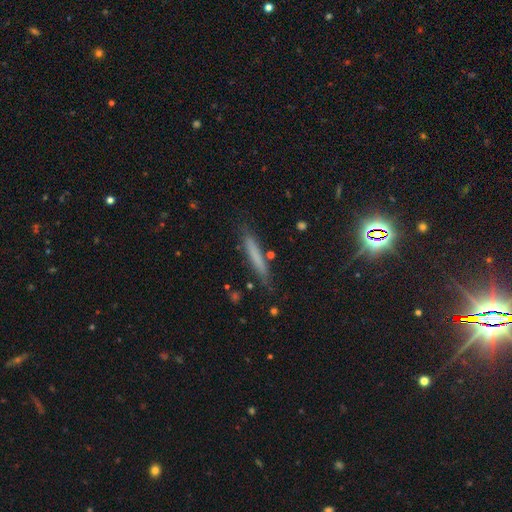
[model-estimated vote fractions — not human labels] Smooth or featured? Predicted: smooth (p=0.66). How rounded? Predicted: cigar-shaped (p=0.94). Merging? Predicted: none (p=0.84).